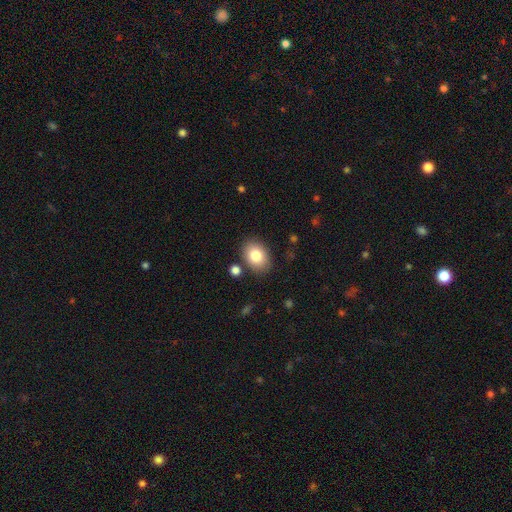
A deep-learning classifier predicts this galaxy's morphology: A smooth galaxy with no disk features (83%) that is in between round and cigar-shaped (73%). Merging: none (84%).